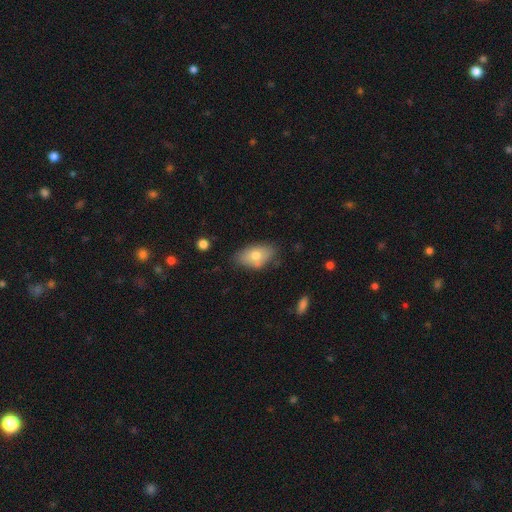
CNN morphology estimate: A smooth galaxy with no disk features (72%) that is in between round and cigar-shaped (90%). Merging: none (67%).